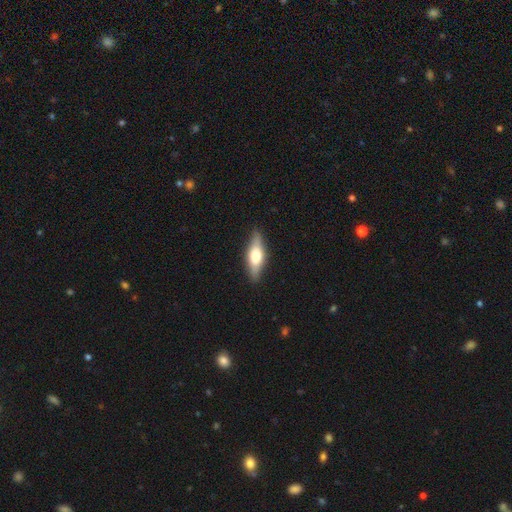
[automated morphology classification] This is possibly a smooth galaxy (49%). Merging: clearly none (87%).